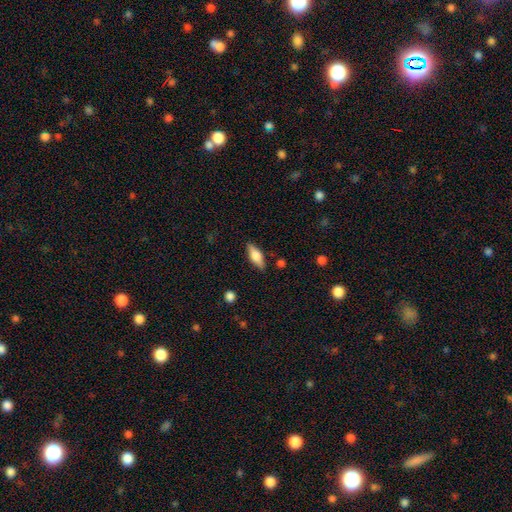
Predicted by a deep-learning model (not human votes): smooth_or_featured: smooth (p=0.60) [alt: featured or disk p=0.33]
how_rounded: in between (p=0.68) [alt: cigar-shaped p=0.29]
merging: none (p=0.84) [alt: minor disturbance p=0.11]